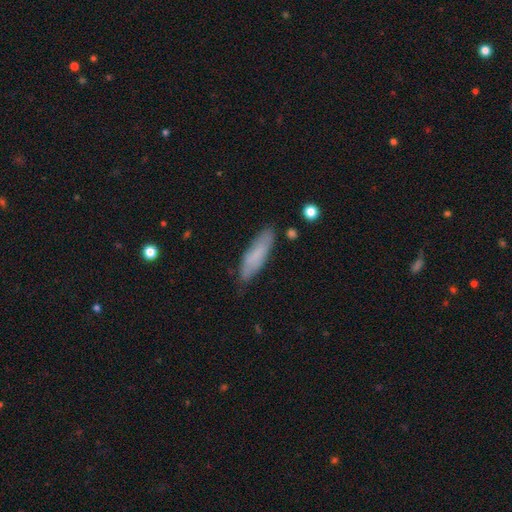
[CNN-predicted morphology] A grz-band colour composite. It shows a smooth galaxy with no disk features (76%) that is cigar-shaped (64%). Merging: none (78%).